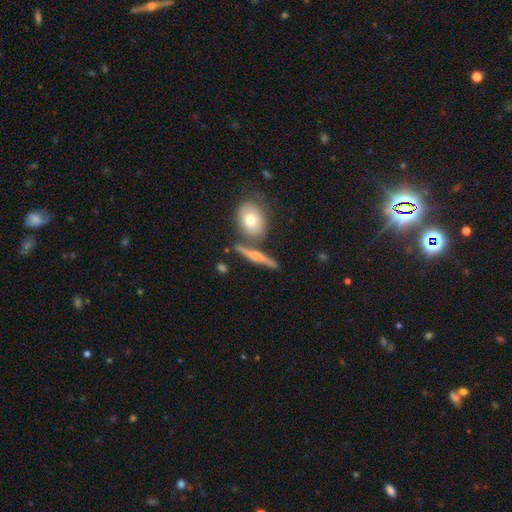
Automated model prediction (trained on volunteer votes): Overall: featured or disk (65%; smooth 27%). Edge-on disk: yes (91%). Edge-on bulge: rounded (84%). Merging: none (70%).